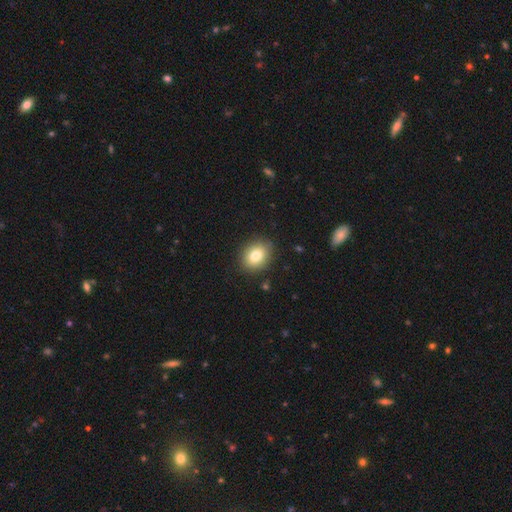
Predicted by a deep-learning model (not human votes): Smooth or featured? smooth (80%)
How rounded? round (52%)
Merging? none (87%)